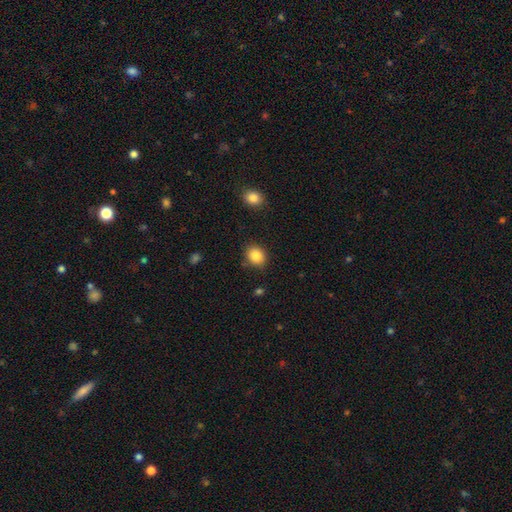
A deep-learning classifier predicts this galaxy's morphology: Smooth or featured: smooth — 86% (star or artifact — 9%)
How rounded: round — 57% (in between — 42%)
Merging: none — 84% (minor disturbance — 10%)